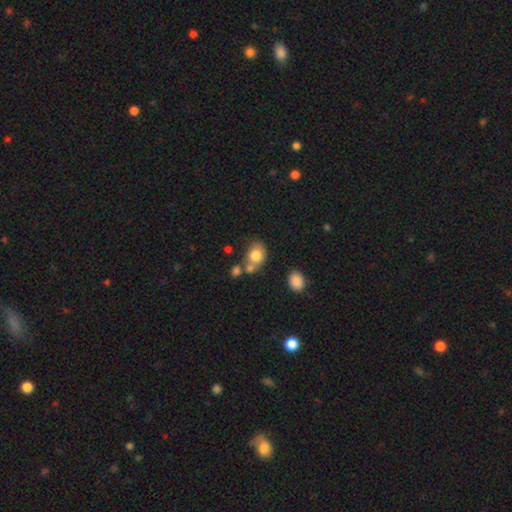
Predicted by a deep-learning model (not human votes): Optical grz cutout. It shows a smooth galaxy with no disk features (78%) that is in between round and cigar-shaped (58%). Merging: none (46%).